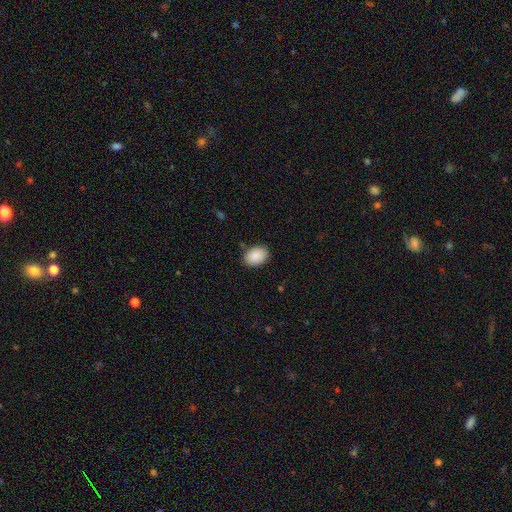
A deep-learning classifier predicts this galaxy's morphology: Smooth or featured?
  - smooth: 90% *
  - star or artifact: 7%
  - featured or disk: 3%
How rounded?
  - in between: 80% *
  - round: 19%
  - cigar-shaped: 1%
Merging?
  - none: 86% *
  - minor disturbance: 10%
  - major disturbance: 2%
  - merger: 1%